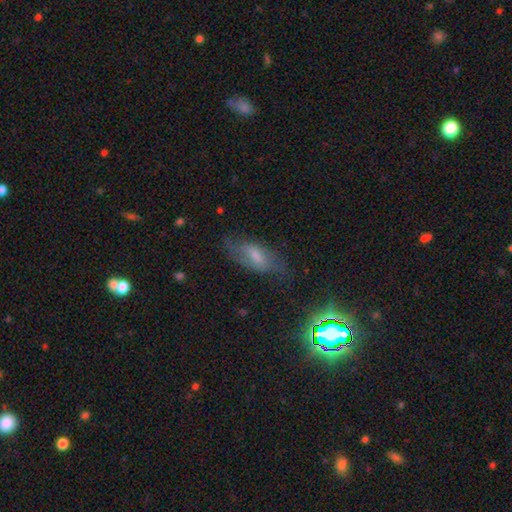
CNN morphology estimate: Q: Smooth or featured?
A: featured or disk (44%); runner-up: smooth (40%)
Q: Merging?
A: none (66%); runner-up: minor disturbance (22%)